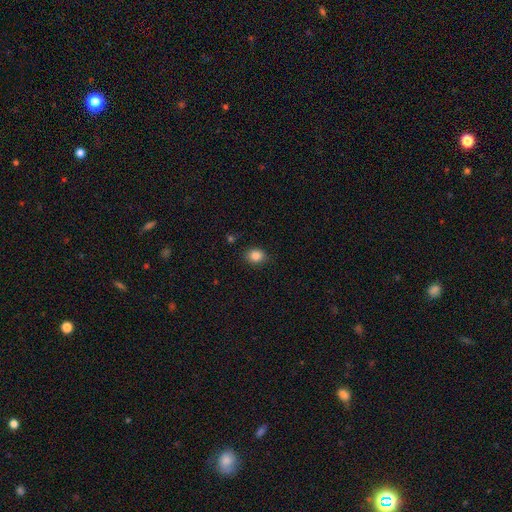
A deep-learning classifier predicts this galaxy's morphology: type=smooth (85%); roundness=round (55%); merging=none (85%).